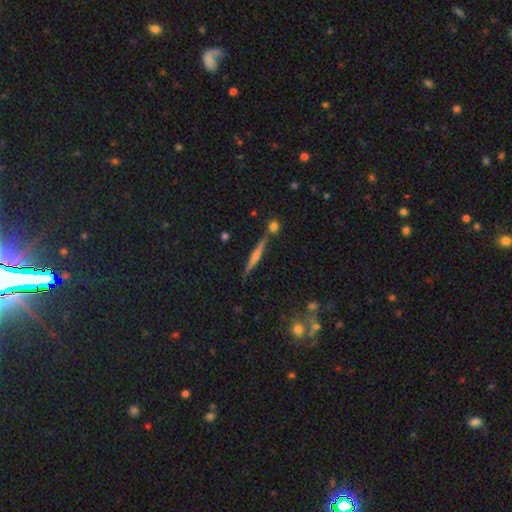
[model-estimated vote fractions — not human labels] Overall: featured or disk (59%; smooth 31%). Edge-on disk: yes (96%). Edge-on bulge: rounded (56%; none 30%). Merging: none (82%).